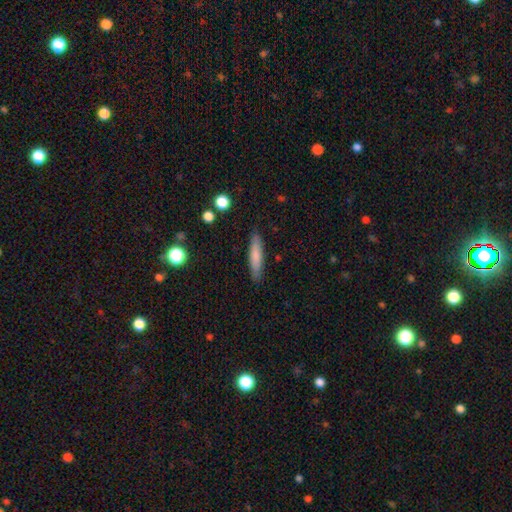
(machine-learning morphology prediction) type=smooth (75%); roundness=cigar-shaped (85%); merging=none (88%).